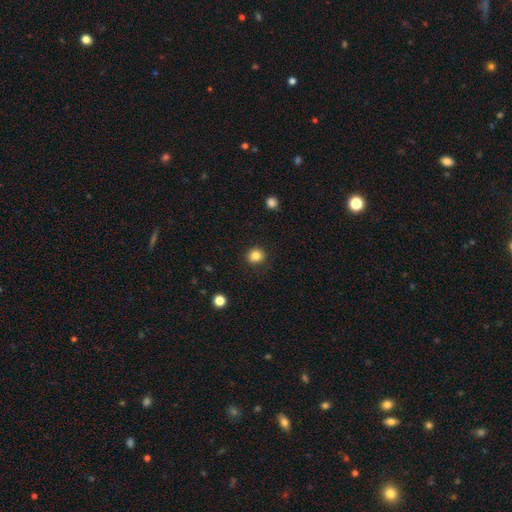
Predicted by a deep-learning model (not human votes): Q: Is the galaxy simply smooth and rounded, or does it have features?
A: smooth — 84%.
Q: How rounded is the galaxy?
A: round — 83%.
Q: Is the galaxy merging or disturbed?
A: none — 89%.